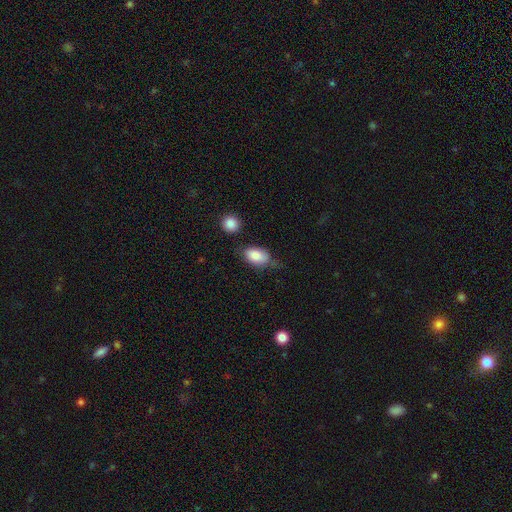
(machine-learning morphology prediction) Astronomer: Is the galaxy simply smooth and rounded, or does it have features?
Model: smooth — 85%.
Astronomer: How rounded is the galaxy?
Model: in between — 89%.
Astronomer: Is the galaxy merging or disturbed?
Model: none — 56%.